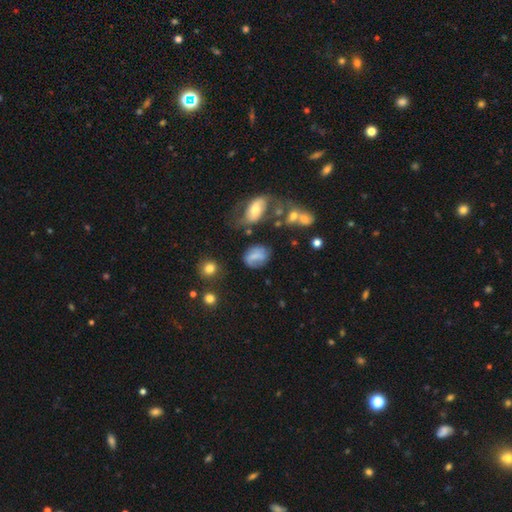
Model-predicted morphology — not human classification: The model was most divided on "smooth or featured": smooth: 55%, featured or disk: 33%, star or artifact: 12%. More confident: how rounded — in between (64%); merging — none (58%).